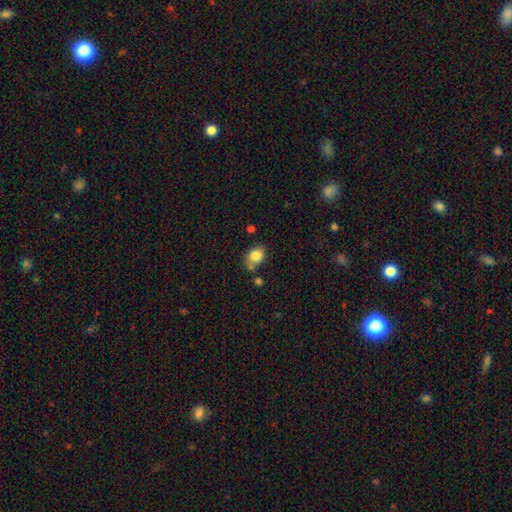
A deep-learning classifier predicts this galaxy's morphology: type=smooth (82%); roundness=in between (58%); merging=none (66%).